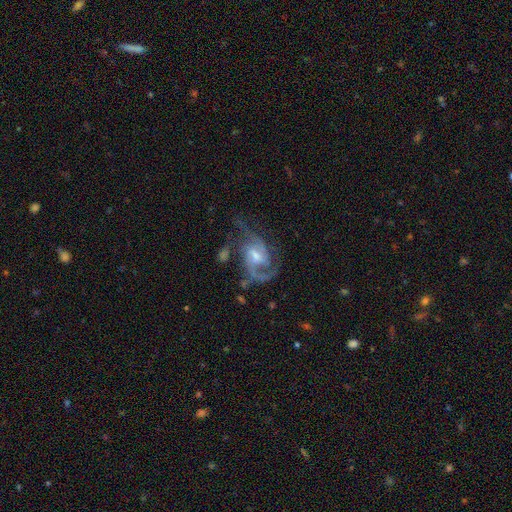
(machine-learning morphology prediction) A featured or disk galaxy (88%) with a weak bar (54%), 2 (63%) medium (54%) spiral arms (96%) and a moderate central bulge (46%). Merging: none (53%).